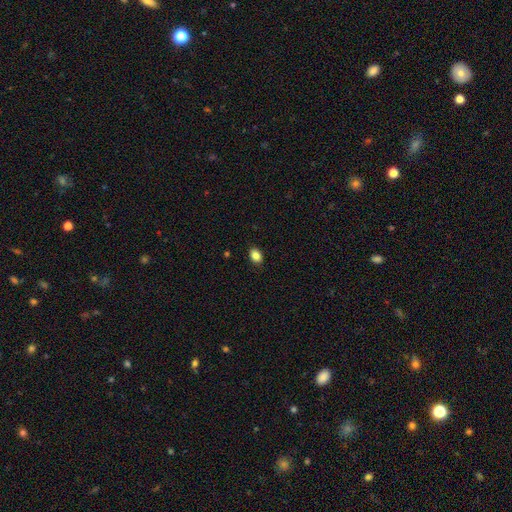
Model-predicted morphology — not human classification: A smooth galaxy with no disk features (86%) that is in between round and cigar-shaped (76%).

Vote fractions:
- Smooth or featured? smooth: 86% / star or artifact: 9% / featured or disk: 5%
- How rounded? in between: 76% / round: 23% / cigar-shaped: 1%
- Merging? none: 89% / minor disturbance: 8% / major disturbance: 2% / merger: 1%